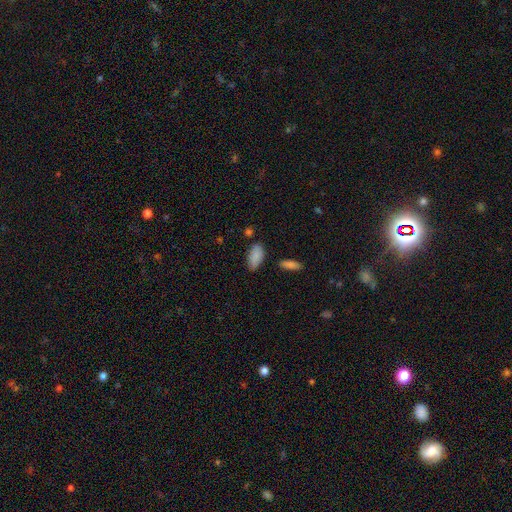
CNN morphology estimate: Smooth or featured?
  - smooth: 86% *
  - star or artifact: 7%
  - featured or disk: 7%
How rounded?
  - in between: 92% *
  - cigar-shaped: 5%
  - round: 3%
Merging?
  - none: 70% *
  - minor disturbance: 22%
  - merger: 5%
  - major disturbance: 4%